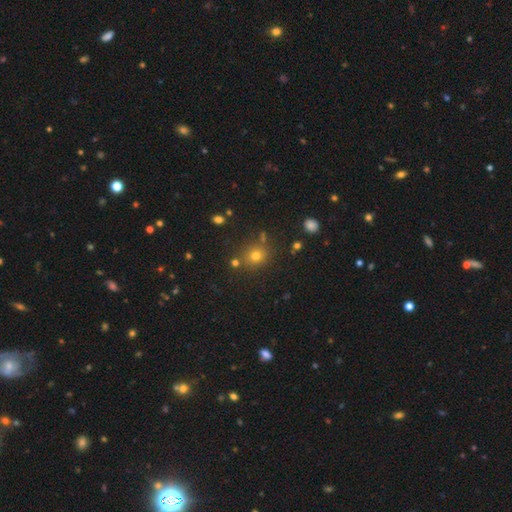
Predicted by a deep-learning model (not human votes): Smooth or featured? smooth (70%)
How rounded? round (80%)
Merging? none (79%)